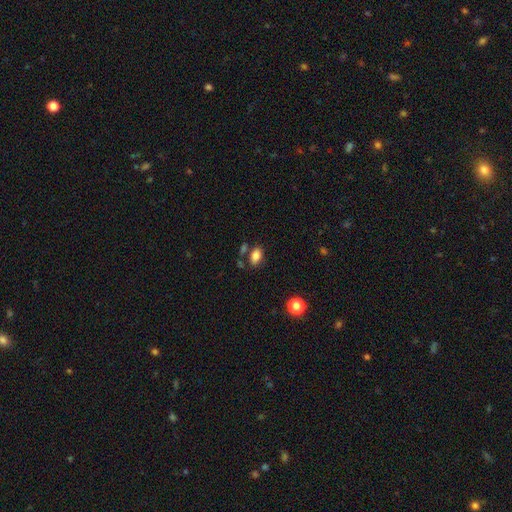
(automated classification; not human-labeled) Q: Smooth or featured?
A: smooth (83%); runner-up: star or artifact (10%)
Q: How rounded?
A: in between (89%); runner-up: round (9%)
Q: Merging?
A: none (72%); runner-up: minor disturbance (13%)